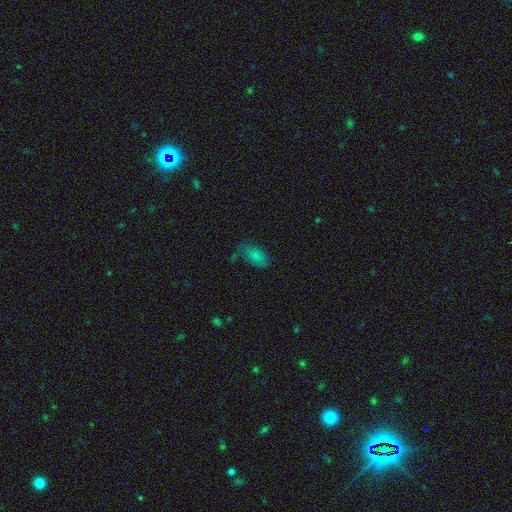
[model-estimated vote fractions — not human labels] Morphology: type=smooth (78%); roundness=in between (93%); merging=none (51%).